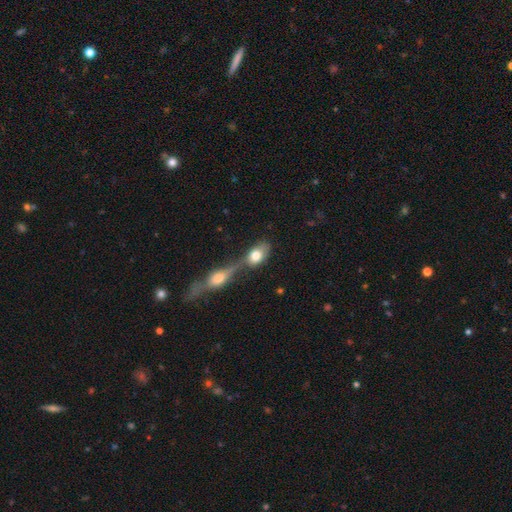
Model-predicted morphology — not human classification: Q: Smooth or featured?
A: smooth (74%); runner-up: featured or disk (19%)
Q: How rounded?
A: in between (84%); runner-up: round (12%)
Q: Merging?
A: merger (52%); runner-up: none (31%)